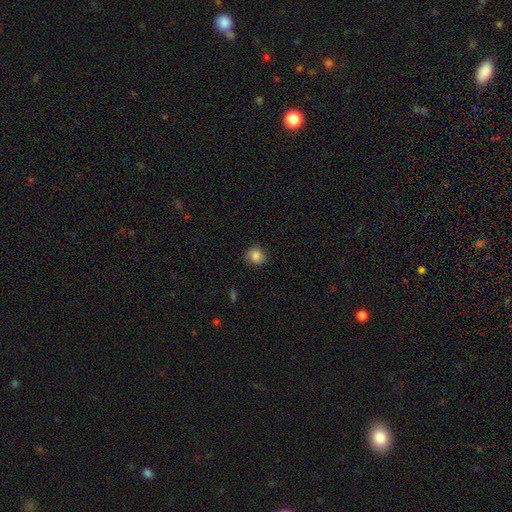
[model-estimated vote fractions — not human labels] Morphology: type=smooth (81%); roundness=round (79%); merging=none (80%).